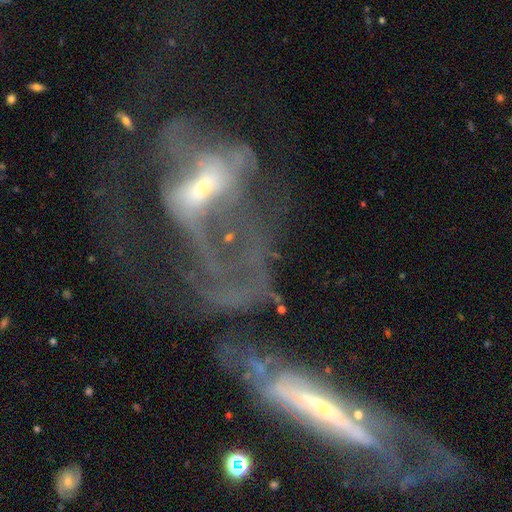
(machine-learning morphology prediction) Smooth or featured? Predicted: featured or disk (p=0.67). Edge-on disk? Predicted: no (p=0.90). Bar? Predicted: no (p=0.55). Spiral arms? Predicted: yes (p=0.52). Bulge size? Predicted: small (p=0.42). Merging? Predicted: merger (p=0.43).